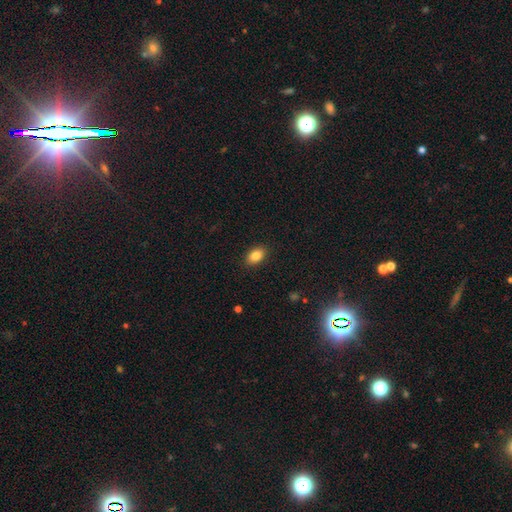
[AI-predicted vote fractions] Smooth or featured? Predicted: smooth (p=0.85). How rounded? Predicted: in between (p=0.88). Merging? Predicted: none (p=0.89).